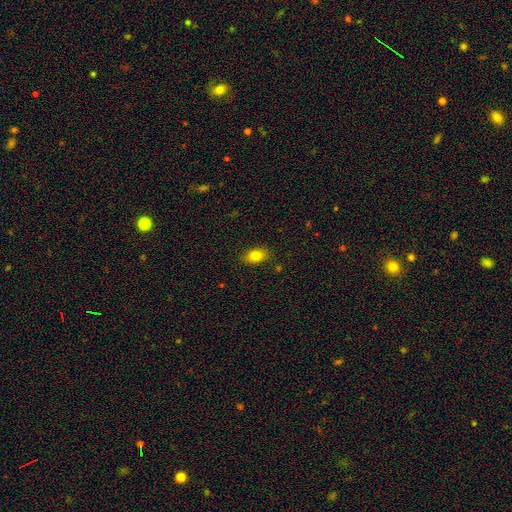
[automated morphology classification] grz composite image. It shows a smooth galaxy with no disk features (81%) that is in between round and cigar-shaped (84%). Merging: none (86%).